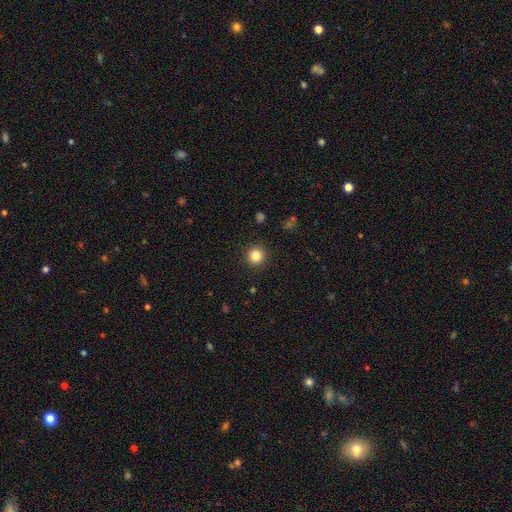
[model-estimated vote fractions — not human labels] Smooth or featured? smooth (84%)
How rounded? round (95%)
Merging? none (92%)